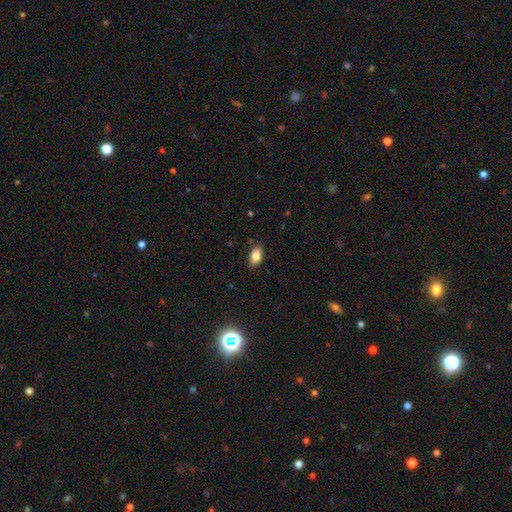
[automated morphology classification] type=smooth (84%); roundness=in between (91%); merging=none (84%).